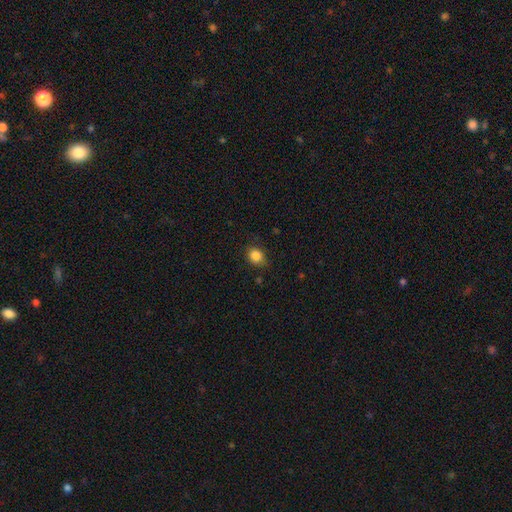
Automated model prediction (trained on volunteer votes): This appears to be a smooth galaxy with no disk features (85%) that is round (56%). Merging: none (79%).